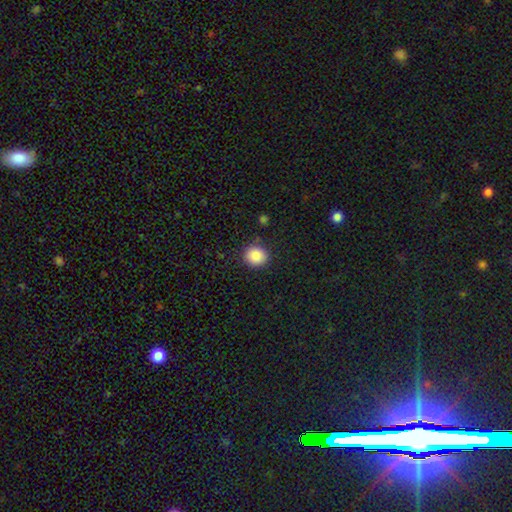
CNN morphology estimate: Q: Smooth or featured?
A: smooth (86%); runner-up: star or artifact (9%)
Q: How rounded?
A: round (87%); runner-up: in between (12%)
Q: Merging?
A: none (87%); runner-up: minor disturbance (8%)